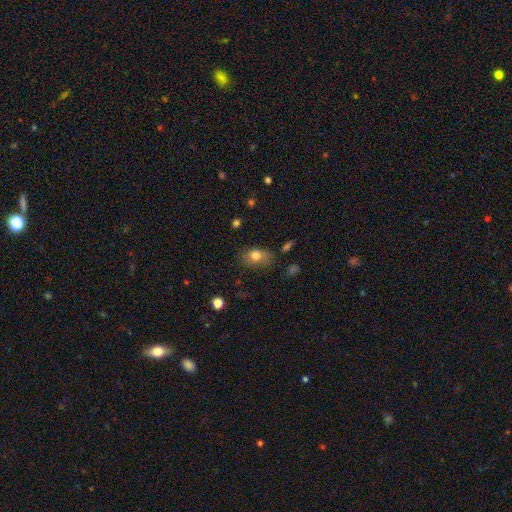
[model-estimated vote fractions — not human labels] A smooth galaxy with no disk features (78%) that is in between round and cigar-shaped (71%). Merging: none (66%).